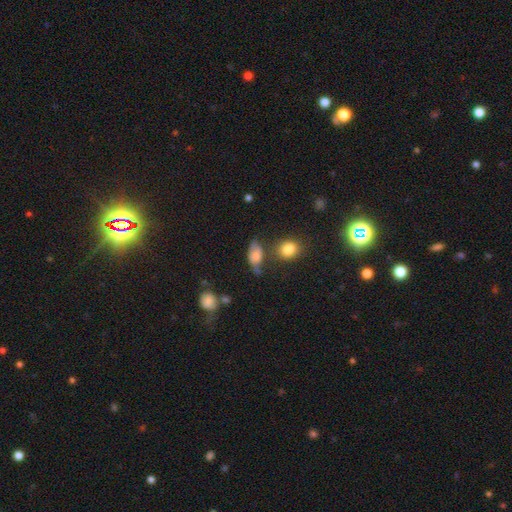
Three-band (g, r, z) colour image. It shows a smooth galaxy with no disk features (62%) that is in between round and cigar-shaped (87%). Merging: minor disturbance (43%).